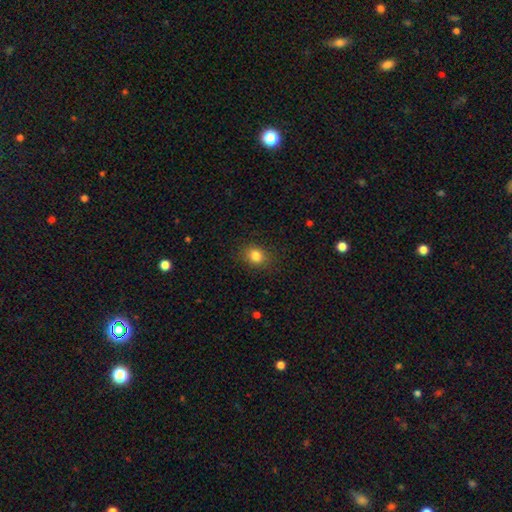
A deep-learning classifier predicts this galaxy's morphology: Smooth or featured? Predicted: smooth (p=0.84). How rounded? Predicted: round (p=0.57). Merging? Predicted: none (p=0.86).